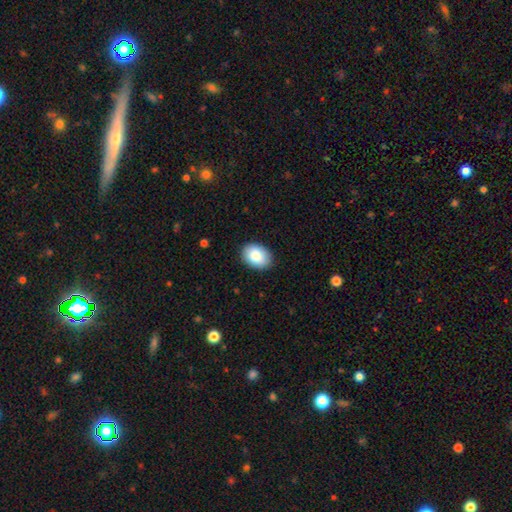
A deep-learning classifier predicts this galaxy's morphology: A smooth galaxy with no disk features (85%) that is in between round and cigar-shaped (78%). Merging: none (88%).